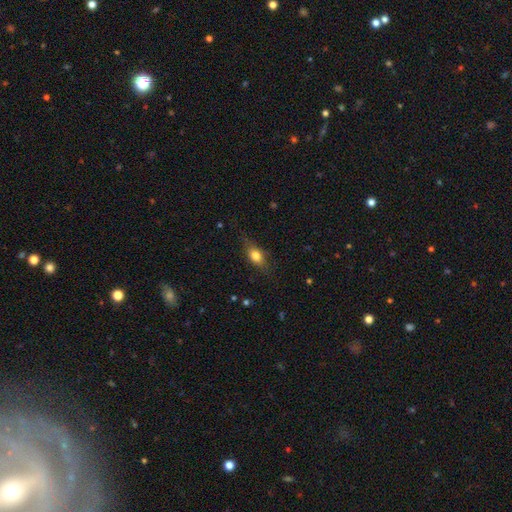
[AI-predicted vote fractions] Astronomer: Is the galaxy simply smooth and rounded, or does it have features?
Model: smooth — 72%.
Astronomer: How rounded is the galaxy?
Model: in between — 73%.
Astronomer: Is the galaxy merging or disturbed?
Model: none — 71%.